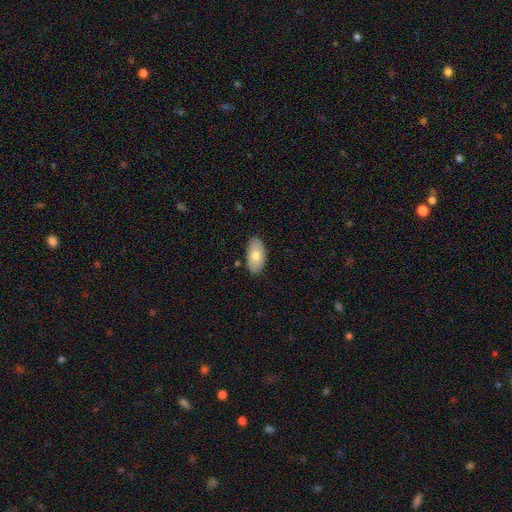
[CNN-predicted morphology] This is likely a smooth galaxy (75%). How rounded: clearly in between (94%). Merging: clearly none (86%).